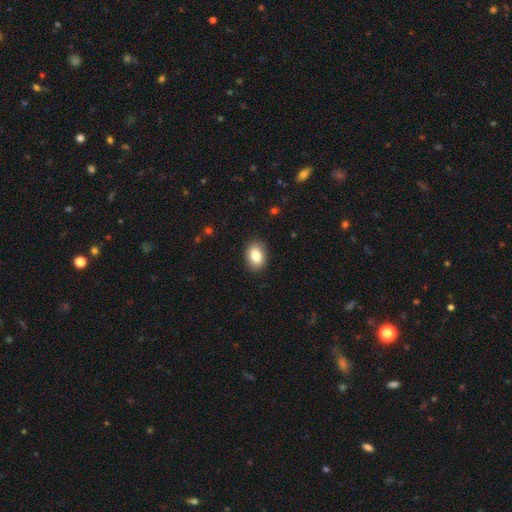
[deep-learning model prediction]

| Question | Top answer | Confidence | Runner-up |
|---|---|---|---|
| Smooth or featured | smooth | 82% | featured or disk (10%) |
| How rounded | in between | 79% | round (20%) |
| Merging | none | 89% | minor disturbance (8%) |